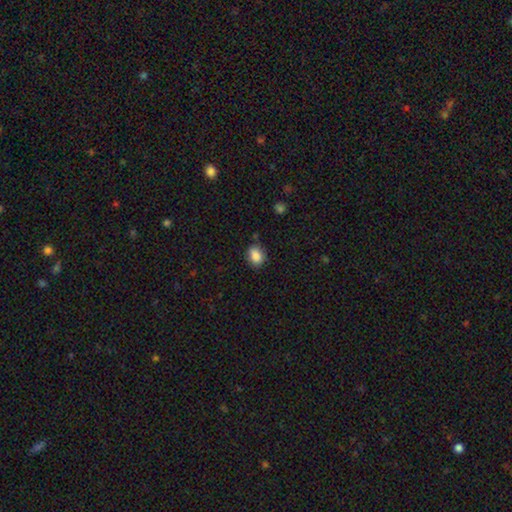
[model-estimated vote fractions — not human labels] Smooth or featured? Predicted: smooth (p=0.87). How rounded? Predicted: in between (p=0.66). Merging? Predicted: none (p=0.80).